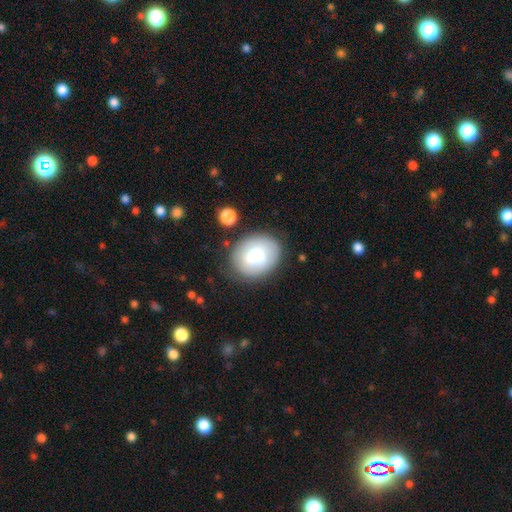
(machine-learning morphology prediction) Smooth or featured? Predicted: smooth (p=0.67). How rounded? Predicted: in between (p=0.51). Merging? Predicted: none (p=0.74).